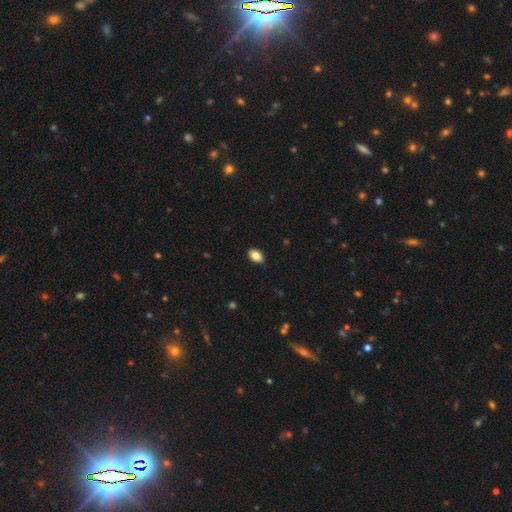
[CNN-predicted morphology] This appears to be a smooth galaxy with no disk features (85%) that is in between round and cigar-shaped (86%). Merging: none (87%).